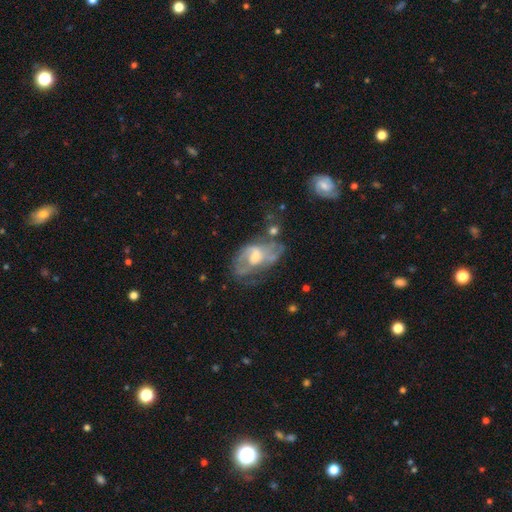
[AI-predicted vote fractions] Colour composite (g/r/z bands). It shows a featured or disk galaxy (70%) with no bar (48%), spiral arms (66%) and a moderate central bulge (52%). Merging: none (37%).